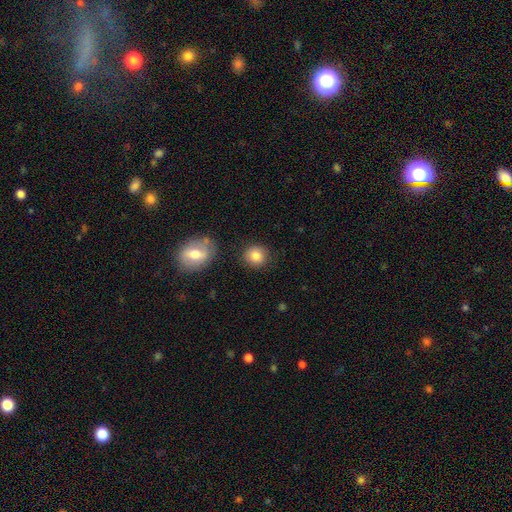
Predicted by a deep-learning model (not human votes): smooth_or_featured: smooth (p=0.83) [alt: star or artifact p=0.09]
how_rounded: round (p=0.86) [alt: in between p=0.13]
merging: none (p=0.85) [alt: minor disturbance p=0.09]